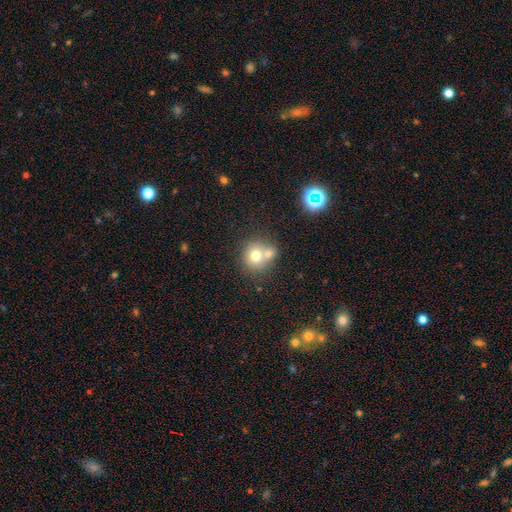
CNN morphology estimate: type=smooth (71%); roundness=round (85%); merging=merger (46%).